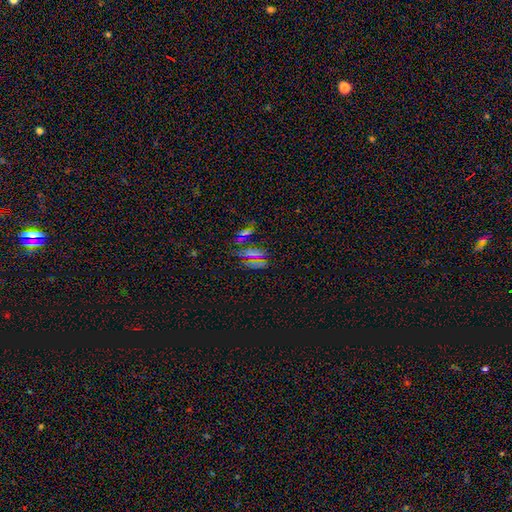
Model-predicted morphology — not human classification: smooth-or-featured: smooth: 48% | star or artifact: 38% | featured or disk: 14%
  merging: none: 58% | merger: 17% | minor disturbance: 16% | major disturbance: 10%